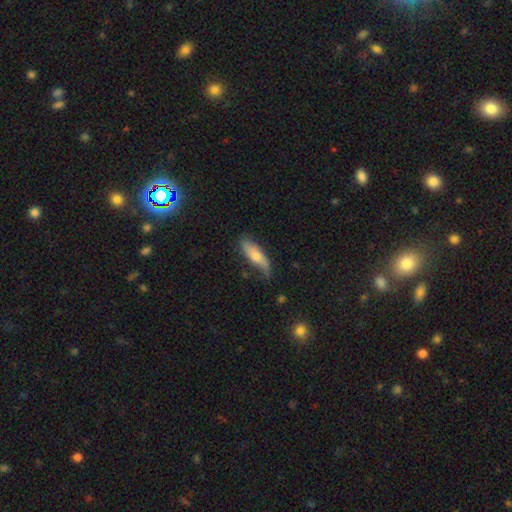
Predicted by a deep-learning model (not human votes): This appears to be a smooth galaxy with no disk features (57%) that is cigar-shaped (49%). Merging: none (61%).